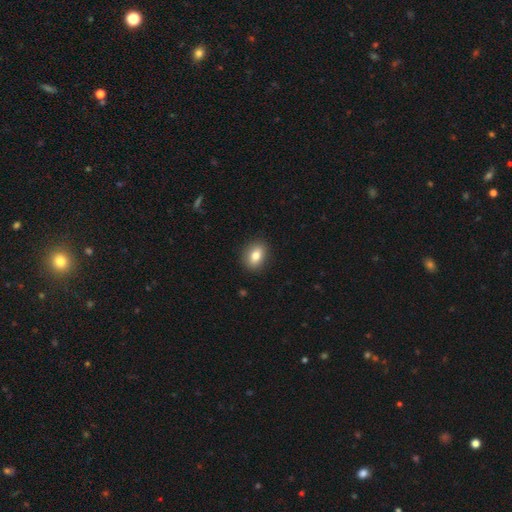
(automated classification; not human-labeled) The model was most divided on "how rounded": in between: 71%, round: 27%, cigar-shaped: 2%. More confident: merging — none (89%); smooth or featured — smooth (80%).